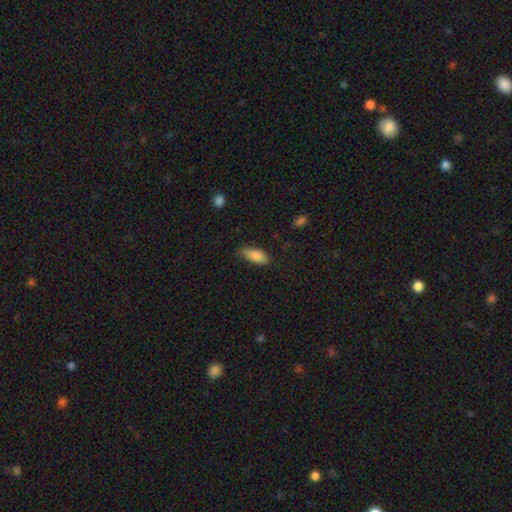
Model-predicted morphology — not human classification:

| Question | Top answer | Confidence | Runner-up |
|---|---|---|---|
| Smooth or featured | smooth | 88% | star or artifact (7%) |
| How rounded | in between | 84% | cigar-shaped (14%) |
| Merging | none | 75% | minor disturbance (20%) |